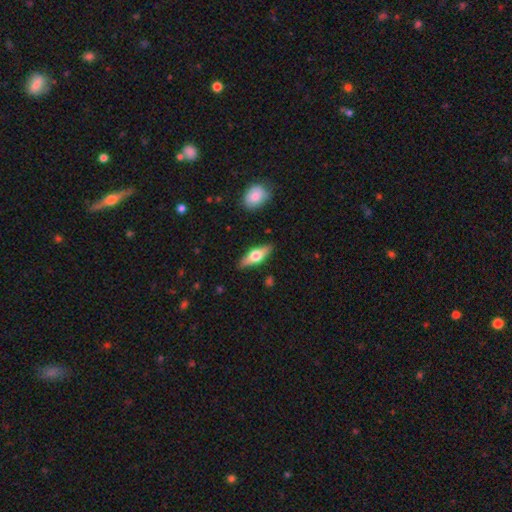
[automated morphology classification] Overall: featured or disk (54%; smooth 41%). Edge-on disk: yes (92%). Merging: none (87%).